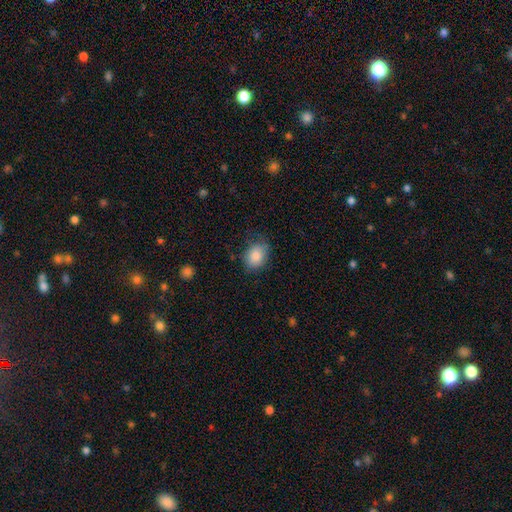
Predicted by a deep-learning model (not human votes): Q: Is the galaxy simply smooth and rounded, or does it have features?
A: smooth — 86%.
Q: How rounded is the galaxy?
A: in between — 60%.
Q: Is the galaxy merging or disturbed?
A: none — 70%.